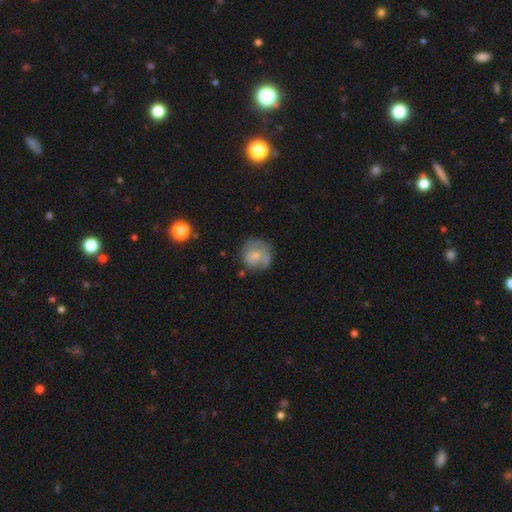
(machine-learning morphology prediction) Smooth or featured? Predicted: smooth (p=0.47). Merging? Predicted: none (p=0.63).